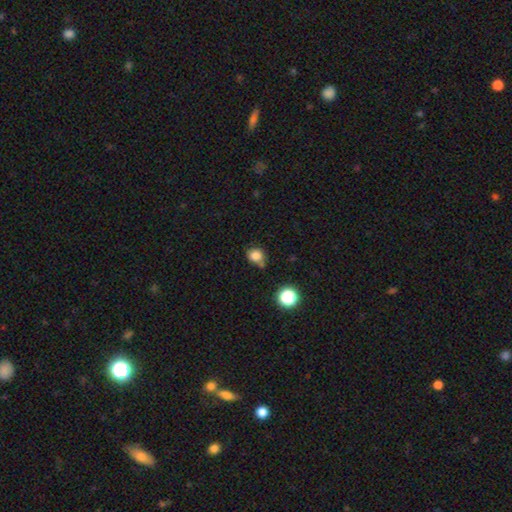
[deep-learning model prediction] Smooth or featured?
  - smooth: 81% *
  - star or artifact: 13%
  - featured or disk: 6%
How rounded?
  - round: 74% *
  - in between: 25%
  - cigar-shaped: 1%
Merging?
  - none: 60% *
  - minor disturbance: 20%
  - merger: 15%
  - major disturbance: 5%